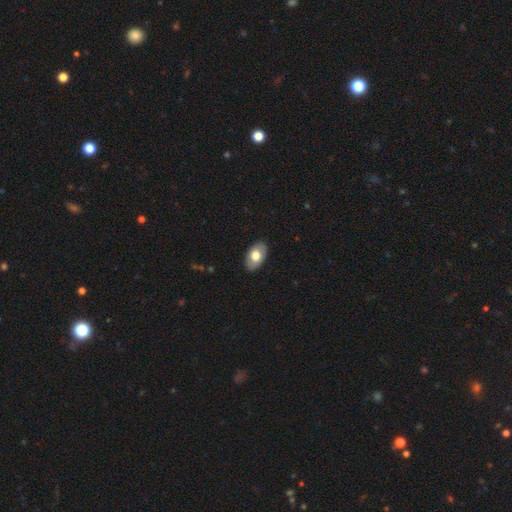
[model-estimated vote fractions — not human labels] This appears to be a smooth galaxy with no disk features (68%) that is in between round and cigar-shaped (93%). Merging: none (86%).